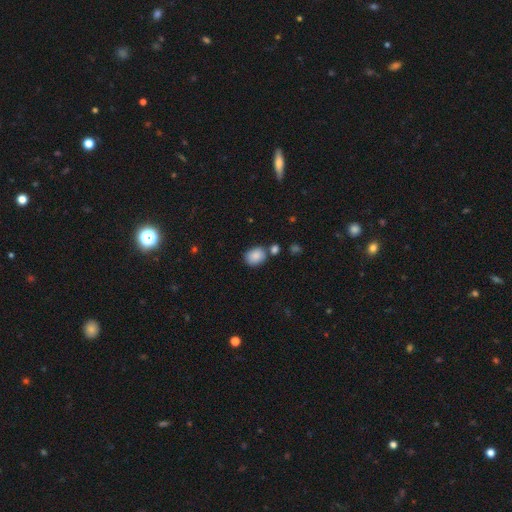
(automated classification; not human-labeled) Overall: smooth (87%). How rounded: in between (58%; round 40%). Merging: none (67%).